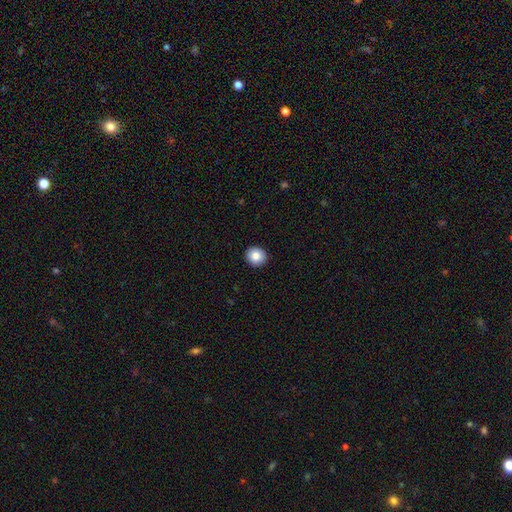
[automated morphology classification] A smooth galaxy with no disk features (85%) that is round (85%). Merging: none (93%).